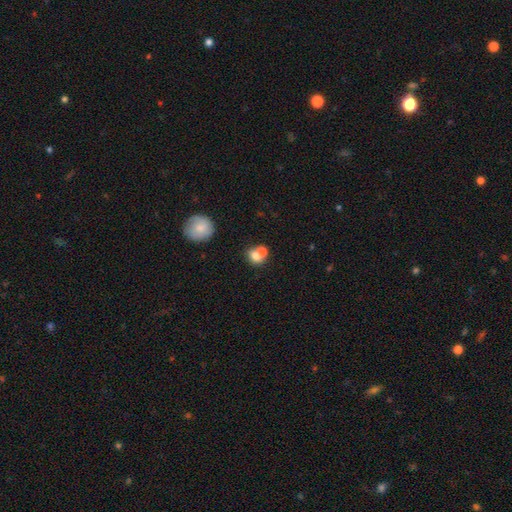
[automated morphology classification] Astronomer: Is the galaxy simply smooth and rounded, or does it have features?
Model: smooth — 73%.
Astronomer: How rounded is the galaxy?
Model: round — 63%.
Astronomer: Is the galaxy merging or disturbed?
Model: merger — 50% (runner-up: none, 38%).